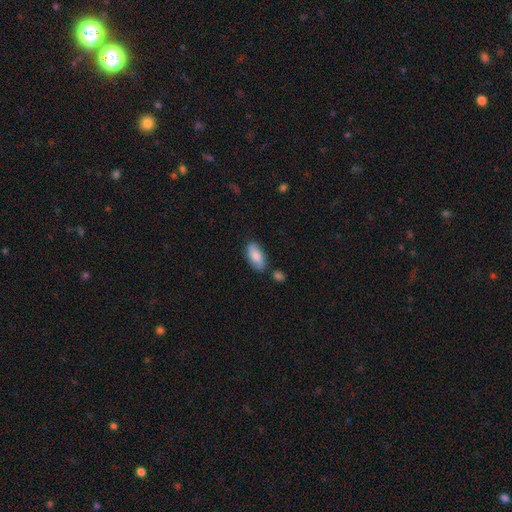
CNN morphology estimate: Overall: smooth (79%). How rounded: in between (91%). Merging: none (75%).